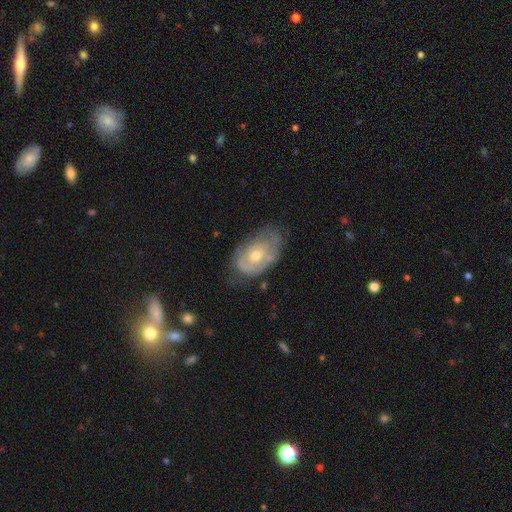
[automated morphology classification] The model was most divided on "spiral arms": yes: 54%, no: 46%. Remaining: edge-on disk — no (94%); bar — no (80%); bulge size — moderate (63%); smooth or featured — featured or disk (57%); merging — none (46%).